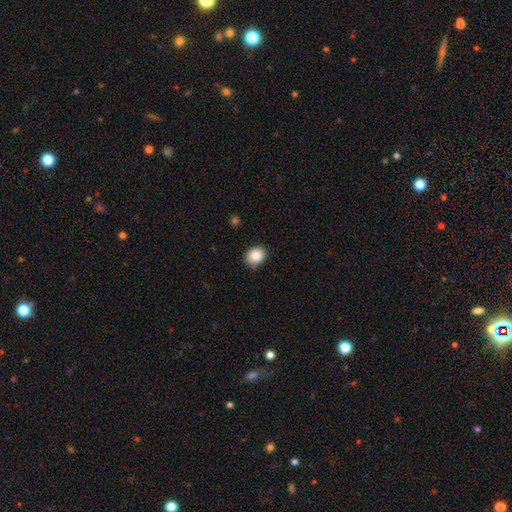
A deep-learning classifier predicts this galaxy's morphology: Overall: smooth (87%). How rounded: round (65%; in between 34%). Merging: none (80%).